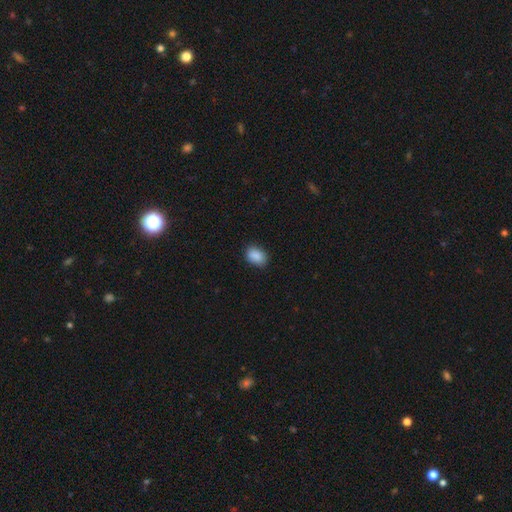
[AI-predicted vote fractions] A smooth galaxy with no disk features (89%) that is in between round and cigar-shaped (82%).

Vote fractions:
- Smooth or featured? smooth: 89% / star or artifact: 7% / featured or disk: 3%
- How rounded? in between: 82% / round: 17% / cigar-shaped: 1%
- Merging? none: 84% / minor disturbance: 13% / major disturbance: 3% / merger: 1%